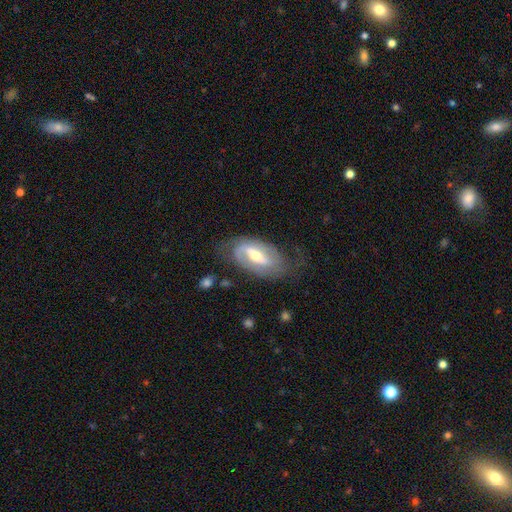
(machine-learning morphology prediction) A featured or disk galaxy (78%) with a strong bar (44%), 2 (75%) medium (39%) spiral arms (87%) and a moderate central bulge (63%).

Vote fractions:
- Smooth or featured? featured or disk: 78% / smooth: 16% / star or artifact: 5%
- Edge-on disk? no: 93% / yes: 7%
- Bar? strong: 44% / weak: 38% / no: 18%
- Spiral arms? yes: 87% / no: 13%
- Spiral winding? medium: 39% / loose: 34% / tight: 27%
- Spiral arm count? 2: 75% / can't tell: 11% / 1: 11% / 3: 2% / 4: 1% / more than 4: 1%
- Bulge size? moderate: 63% / small: 30% / large: 5% / none: 1% / dominant: 1%
- Merging? none: 64% / minor disturbance: 23% / major disturbance: 12% / merger: 2%